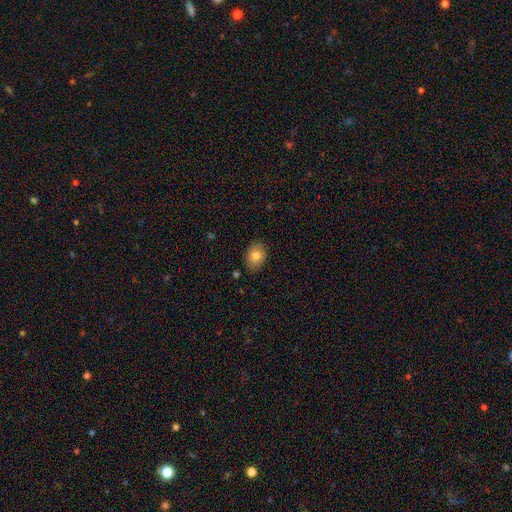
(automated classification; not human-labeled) smooth_or_featured: smooth (p=0.82) [alt: featured or disk p=0.10]
how_rounded: in between (p=0.73) [alt: round p=0.26]
merging: none (p=0.85) [alt: minor disturbance p=0.11]